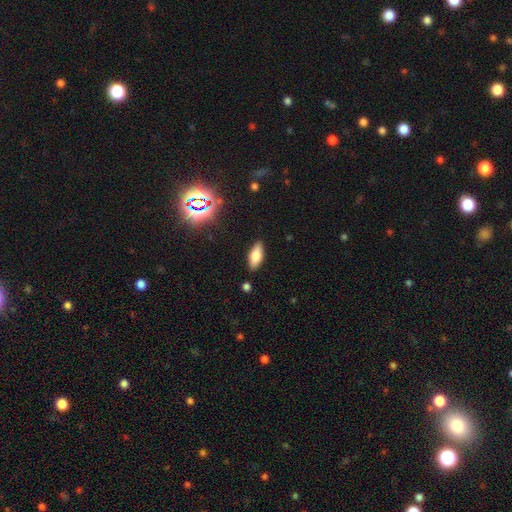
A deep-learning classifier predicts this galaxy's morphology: Smooth or featured: smooth — 70% (featured or disk — 19%)
How rounded: in between — 79% (cigar-shaped — 19%)
Merging: none — 87% (minor disturbance — 9%)